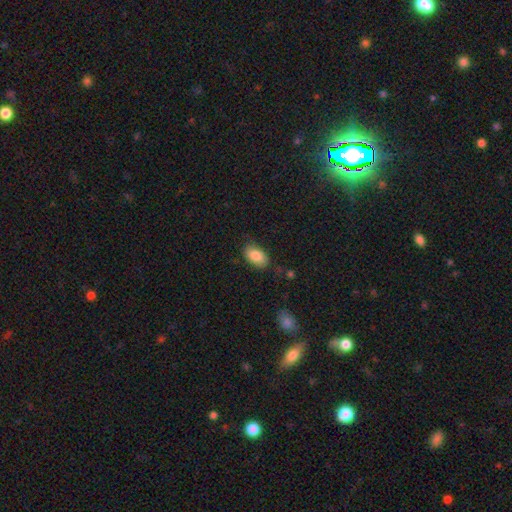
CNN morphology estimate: Q: Smooth or featured?
A: smooth (84%); runner-up: featured or disk (9%)
Q: How rounded?
A: in between (92%); runner-up: round (6%)
Q: Merging?
A: none (78%); runner-up: minor disturbance (17%)